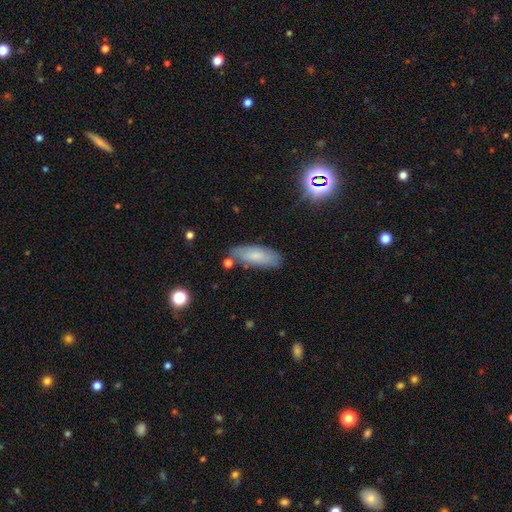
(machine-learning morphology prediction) A smooth galaxy with no disk features (72%) that is in between round and cigar-shaped (69%).

Vote fractions:
- Smooth or featured? smooth: 72% / featured or disk: 19% / star or artifact: 8%
- How rounded? in between: 69% / cigar-shaped: 28% / round: 2%
- Merging? none: 77% / minor disturbance: 16% / merger: 4% / major disturbance: 3%